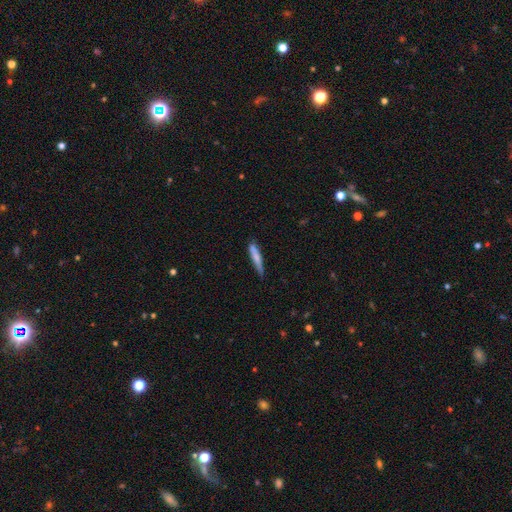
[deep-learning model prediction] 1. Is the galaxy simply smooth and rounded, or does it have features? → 69% smooth, 25% featured or disk, 6% star or artifact.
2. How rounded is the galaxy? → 90% cigar-shaped, 9% in between, 1% round.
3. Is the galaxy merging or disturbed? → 64% none, 29% minor disturbance, 5% major disturbance, 3% merger.